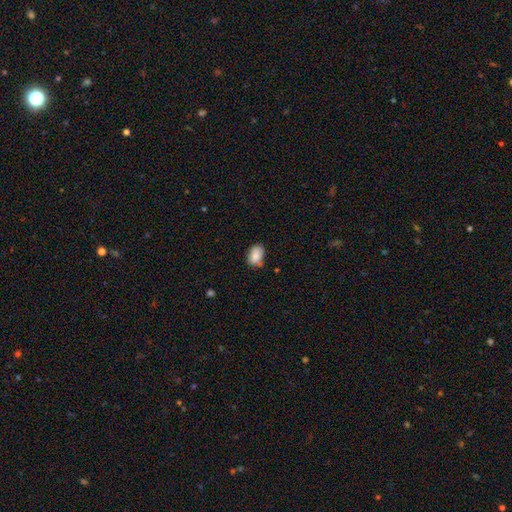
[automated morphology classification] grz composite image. It shows a smooth galaxy with no disk features (85%) that is in between round and cigar-shaped (81%). Merging: none (61%).